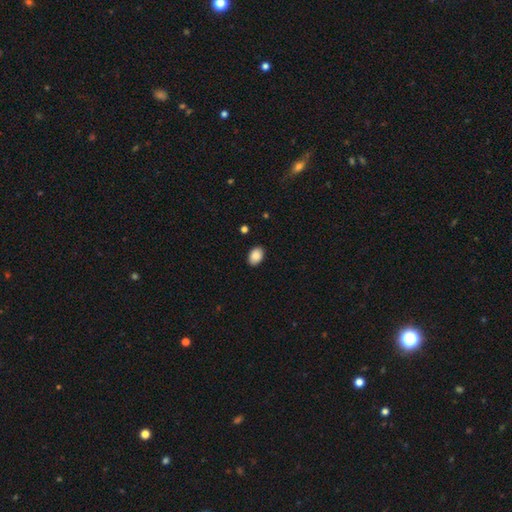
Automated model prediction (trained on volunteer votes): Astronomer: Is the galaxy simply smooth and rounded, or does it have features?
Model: smooth — 88%.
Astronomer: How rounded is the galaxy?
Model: in between — 83%.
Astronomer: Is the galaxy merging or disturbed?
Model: none — 89%.